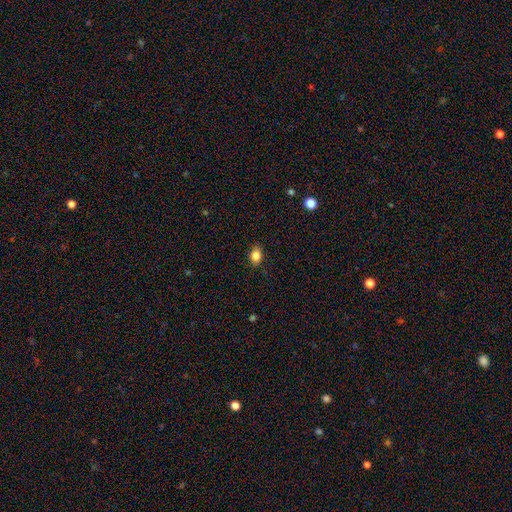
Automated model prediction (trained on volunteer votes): Q: Smooth or featured?
A: smooth (84%); runner-up: star or artifact (10%)
Q: How rounded?
A: in between (75%); runner-up: round (23%)
Q: Merging?
A: none (86%); runner-up: minor disturbance (11%)